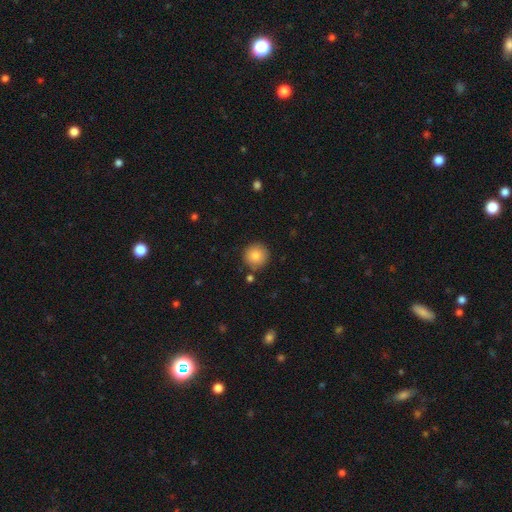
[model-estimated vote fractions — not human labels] Smooth or featured? Predicted: smooth (p=0.84). How rounded? Predicted: round (p=0.95). Merging? Predicted: none (p=0.87).